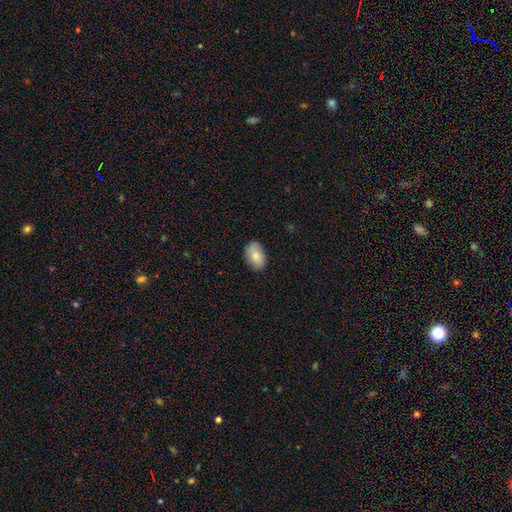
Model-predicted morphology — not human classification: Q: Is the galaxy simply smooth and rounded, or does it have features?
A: smooth — 83%.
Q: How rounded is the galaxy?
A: in between — 88%.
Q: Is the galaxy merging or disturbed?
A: none — 82%.